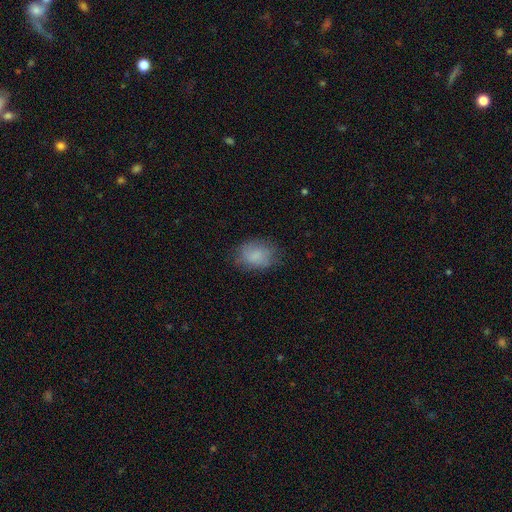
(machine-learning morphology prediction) Smooth or featured?
  - smooth: 82% *
  - featured or disk: 10%
  - star or artifact: 8%
How rounded?
  - in between: 63% *
  - round: 36%
  - cigar-shaped: 1%
Merging?
  - none: 72% *
  - minor disturbance: 20%
  - major disturbance: 6%
  - merger: 1%